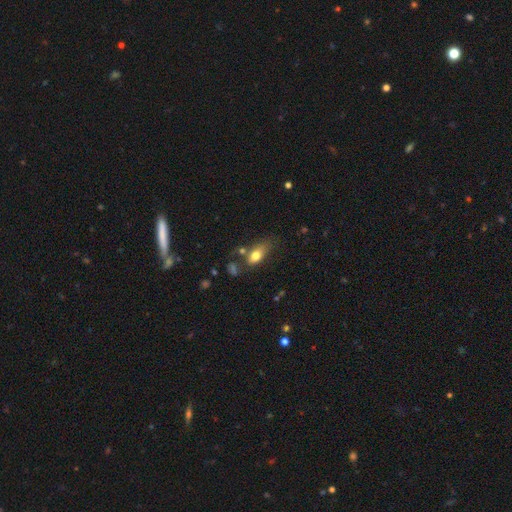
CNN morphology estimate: Smooth or featured? smooth (77%)
How rounded? in between (85%)
Merging? none (53%)